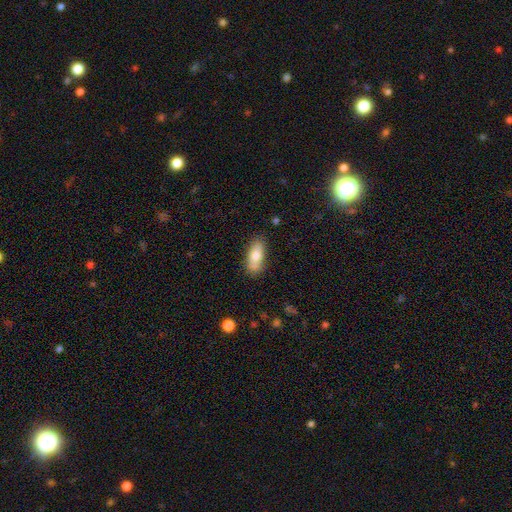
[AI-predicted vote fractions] smooth-or-featured: smooth: 75% | featured or disk: 18% | star or artifact: 7%
  how-rounded: in between: 78% | cigar-shaped: 19% | round: 3%
  merging: none: 79% | minor disturbance: 16% | major disturbance: 3% | merger: 3%